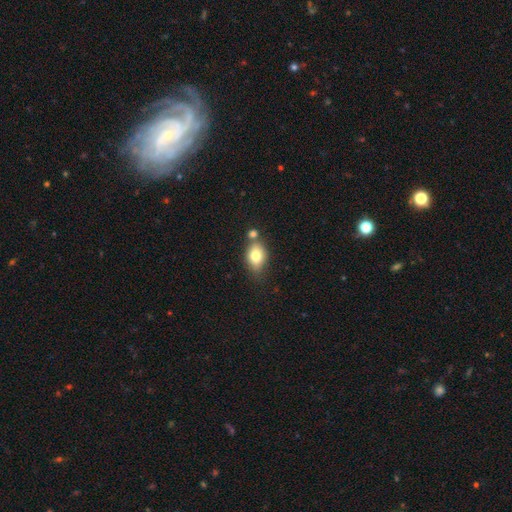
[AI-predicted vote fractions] Overall: smooth (78%). How rounded: in between (77%). Merging: none (57%; merger 22%).